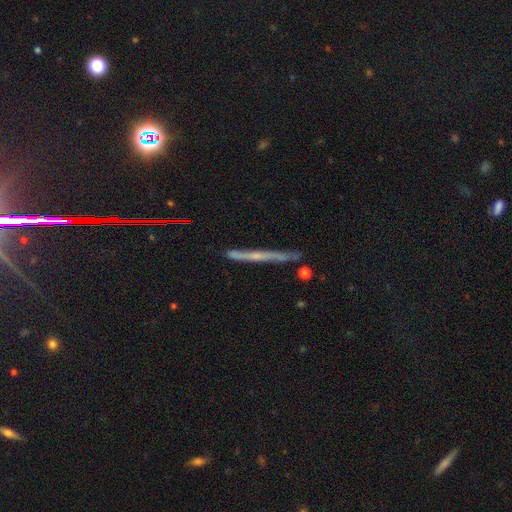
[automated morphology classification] The model was most divided on "smooth or featured": featured or disk: 55%, smooth: 30%, star or artifact: 15%. More confident: edge-on disk — yes (94%); merging — none (81%); edge-on bulge — none (66%).